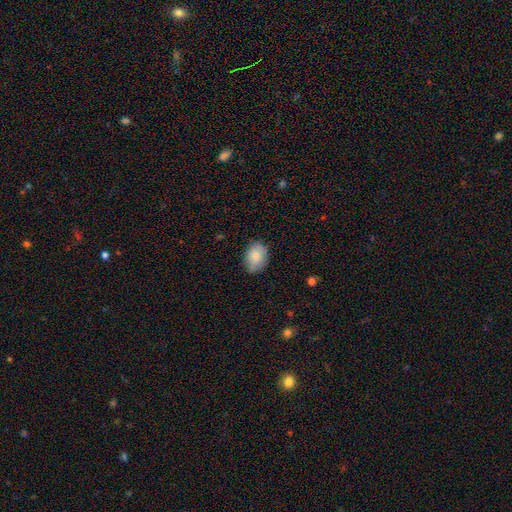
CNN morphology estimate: Q: Smooth or featured?
A: smooth (82%); runner-up: featured or disk (10%)
Q: How rounded?
A: in between (77%); runner-up: round (22%)
Q: Merging?
A: none (78%); runner-up: minor disturbance (18%)